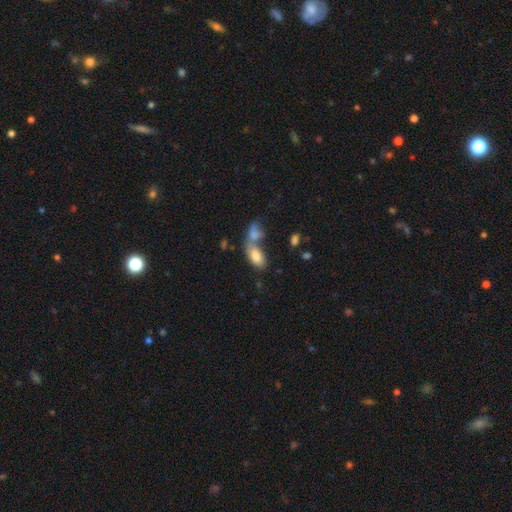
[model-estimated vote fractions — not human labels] A smooth galaxy with no disk features (81%) that is in between round and cigar-shaped (92%). Merging: merger (49%).